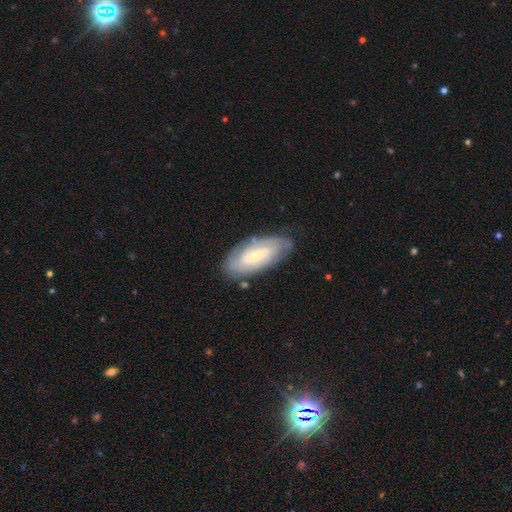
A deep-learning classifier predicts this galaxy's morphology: Smooth or featured? featured or disk (71%)
Edge-on disk? no (91%)
Bar? no (48%)
Spiral arms? yes (86%)
Spiral winding? tight (66%)
Spiral arm count? can't tell (46%)
Bulge size? small (68%)
Merging? none (77%)